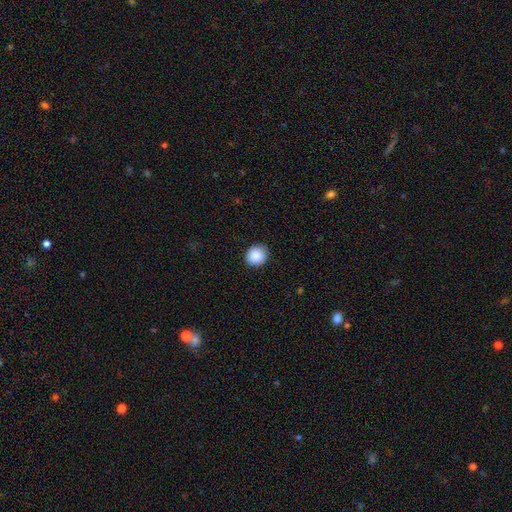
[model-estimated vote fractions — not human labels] A smooth galaxy with no disk features (89%) that is round (87%).

Vote fractions:
- Smooth or featured? smooth: 89% / star or artifact: 8% / featured or disk: 3%
- How rounded? round: 87% / in between: 12% / cigar-shaped: 1%
- Merging? none: 88% / minor disturbance: 9% / major disturbance: 2% / merger: 1%